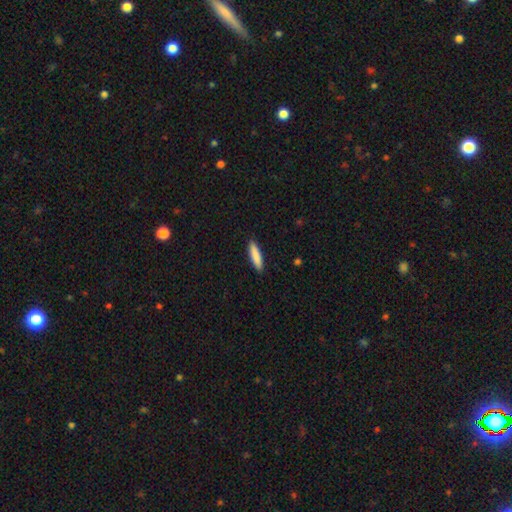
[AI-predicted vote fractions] Overall: smooth (86%). How rounded: cigar-shaped (78%). Merging: none (91%).